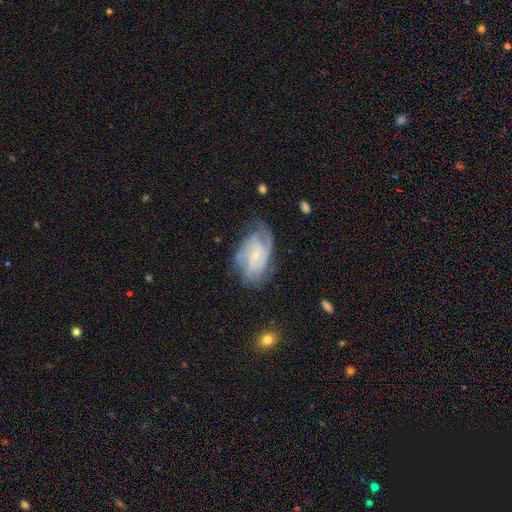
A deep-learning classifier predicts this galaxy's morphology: smooth_or_featured: featured or disk (p=0.74) [alt: smooth p=0.19]
disk_edge_on: no (p=0.96) [alt: yes p=0.04]
bar: no (p=0.60) [alt: weak p=0.33]
has_spiral_arms: yes (p=0.89) [alt: no p=0.11]
spiral_winding: tight (p=0.48) [alt: medium p=0.39]
spiral_arm_count: can't tell (p=0.38) [alt: 2 p=0.29]
bulge_size: small (p=0.75) [alt: moderate p=0.17]
merging: none (p=0.59) [alt: minor disturbance p=0.25]